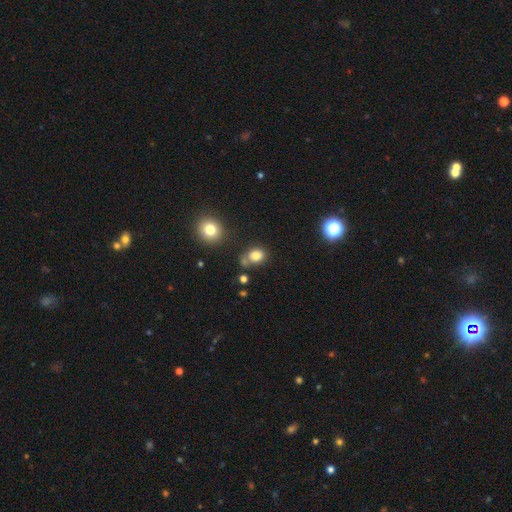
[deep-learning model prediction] Morphology: type=smooth (80%); roundness=in between (50%); merging=none (61%).